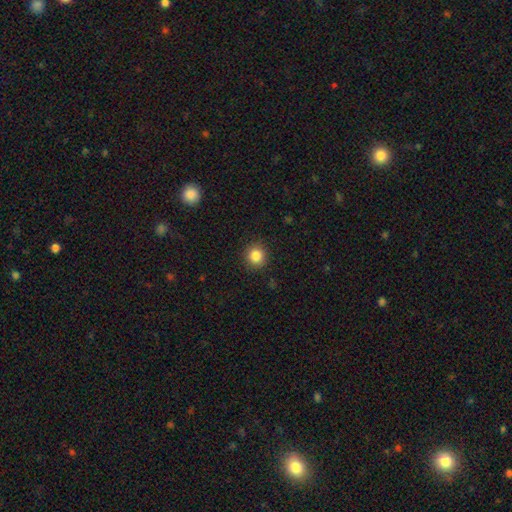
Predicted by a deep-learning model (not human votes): smooth-or-featured: smooth: 85% | star or artifact: 11% | featured or disk: 4%
  how-rounded: round: 92% | in between: 7% | cigar-shaped: 1%
  merging: none: 90% | minor disturbance: 6% | major disturbance: 2% | merger: 1%